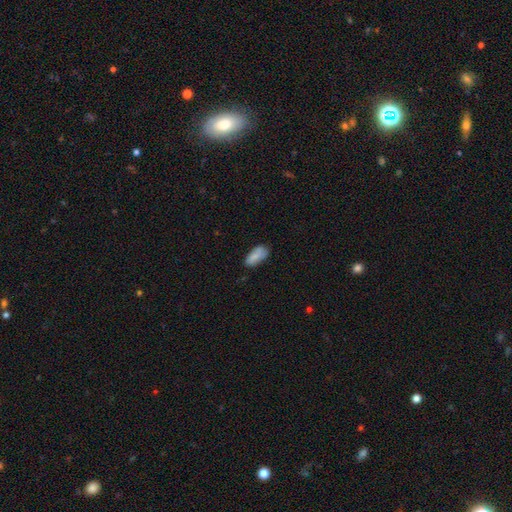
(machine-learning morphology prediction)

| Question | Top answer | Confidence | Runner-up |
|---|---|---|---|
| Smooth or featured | smooth | 80% | featured or disk (13%) |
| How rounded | in between | 88% | cigar-shaped (10%) |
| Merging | none | 70% | minor disturbance (23%) |